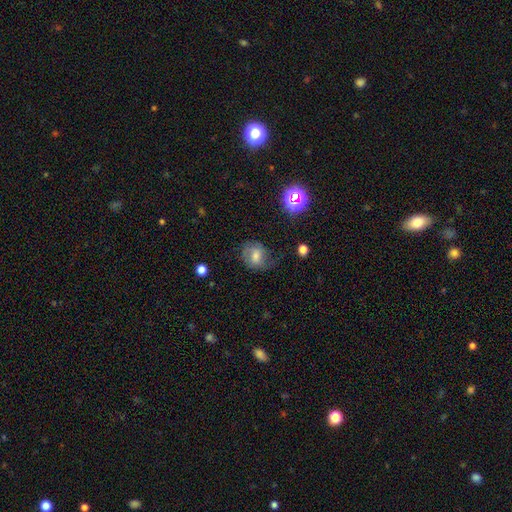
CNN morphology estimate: Q: Smooth or featured?
A: smooth (55%); runner-up: featured or disk (32%)
Q: How rounded?
A: round (59%); runner-up: in between (40%)
Q: Merging?
A: none (52%); runner-up: minor disturbance (28%)